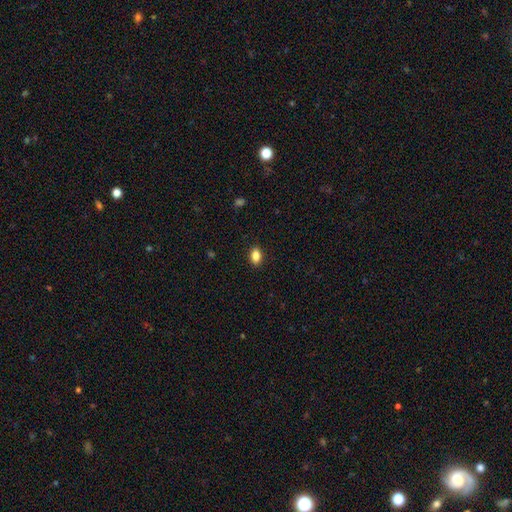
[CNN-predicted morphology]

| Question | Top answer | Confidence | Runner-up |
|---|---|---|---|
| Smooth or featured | smooth | 86% | star or artifact (9%) |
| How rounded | in between | 85% | round (13%) |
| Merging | none | 89% | minor disturbance (8%) |